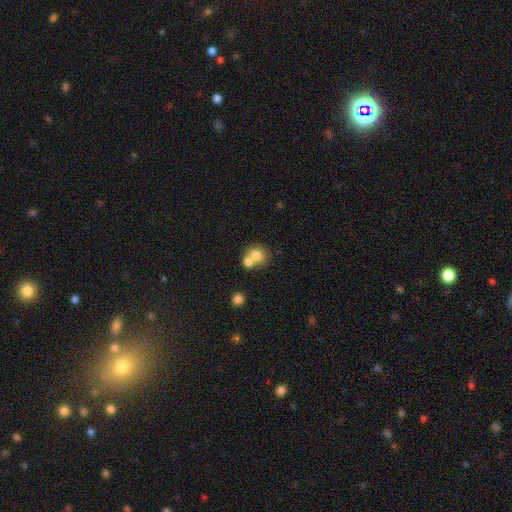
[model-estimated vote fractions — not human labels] Q: Smooth or featured?
A: smooth (75%); runner-up: featured or disk (14%)
Q: How rounded?
A: round (78%); runner-up: in between (21%)
Q: Merging?
A: merger (45%); runner-up: none (44%)